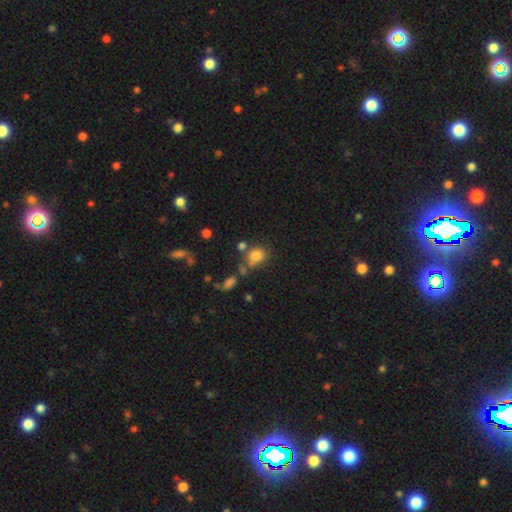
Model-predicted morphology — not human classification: smooth-or-featured: smooth: 79% | star or artifact: 12% | featured or disk: 8%
  how-rounded: round: 60% | in between: 38% | cigar-shaped: 1%
  merging: none: 54% | merger: 22% | minor disturbance: 16% | major disturbance: 8%